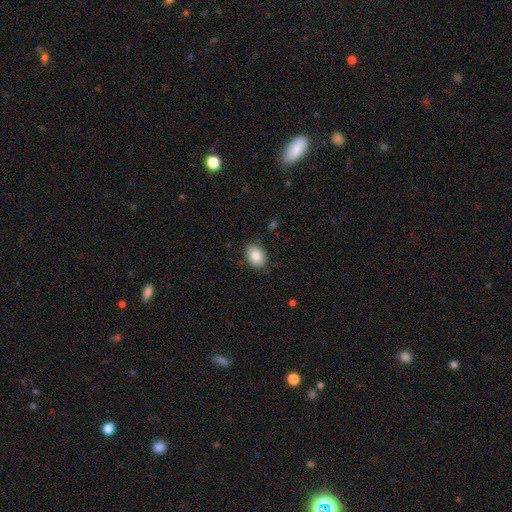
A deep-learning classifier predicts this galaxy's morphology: Q: Smooth or featured?
A: smooth (85%); runner-up: star or artifact (8%)
Q: How rounded?
A: in between (82%); runner-up: round (17%)
Q: Merging?
A: none (84%); runner-up: minor disturbance (12%)